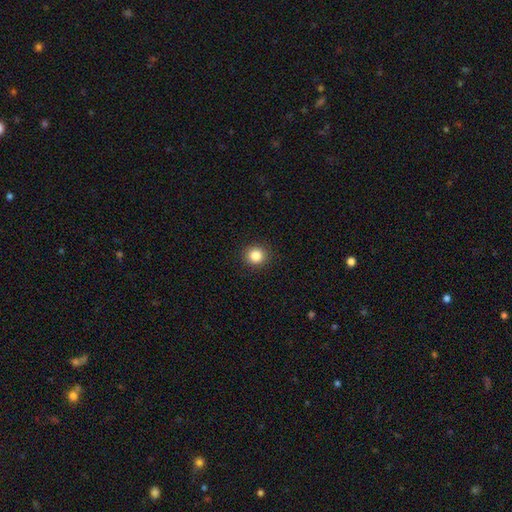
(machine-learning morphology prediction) Smooth or featured? smooth (85%)
How rounded? round (90%)
Merging? none (92%)